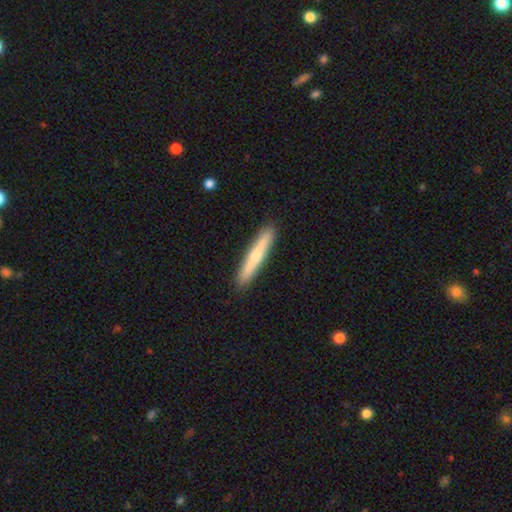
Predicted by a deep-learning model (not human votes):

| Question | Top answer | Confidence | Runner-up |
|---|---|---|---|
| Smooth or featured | smooth | 56% | featured or disk (39%) |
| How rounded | cigar-shaped | 95% | in between (4%) |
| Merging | none | 92% | minor disturbance (6%) |